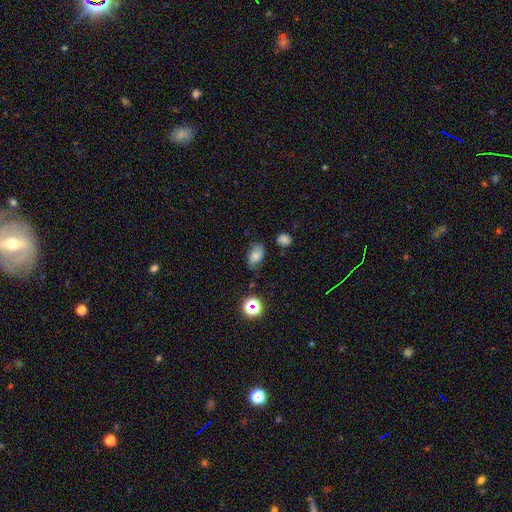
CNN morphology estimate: Q: Smooth or featured?
A: smooth (70%); runner-up: featured or disk (16%)
Q: How rounded?
A: in between (86%); runner-up: round (12%)
Q: Merging?
A: none (64%); runner-up: minor disturbance (27%)